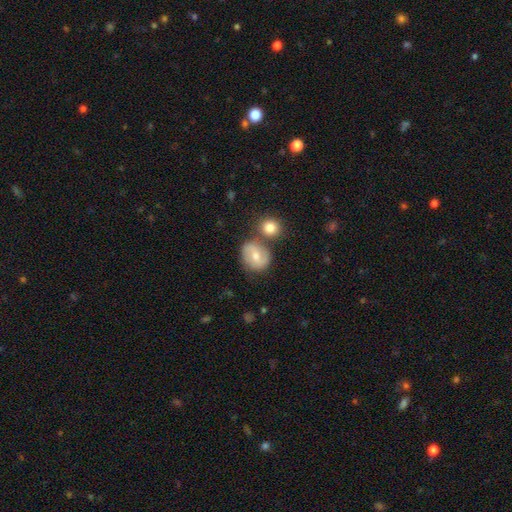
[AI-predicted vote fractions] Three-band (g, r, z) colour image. It shows a smooth galaxy with no disk features (52%) that is round (70%). Merging: none (64%).